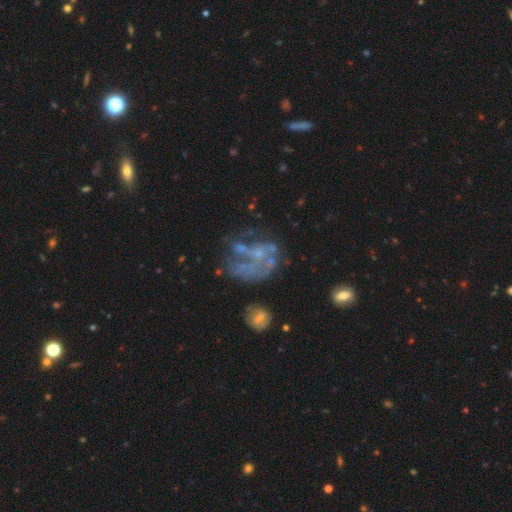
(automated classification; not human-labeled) featured or disk 64%, smooth 18%, star or artifact 18%. Down the decision tree: edge-on disk — no (98%); bar — no (86%); spiral arms — no (77%); bulge size — none (64%); merging — major disturbance (35%).